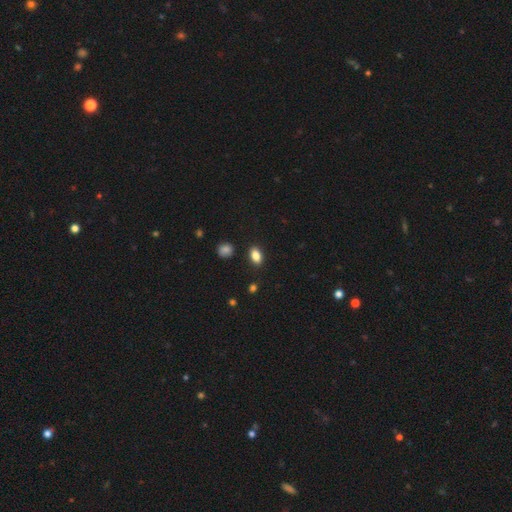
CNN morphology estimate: A smooth galaxy with no disk features (85%) that is in between round and cigar-shaped (86%). Merging: none (88%).